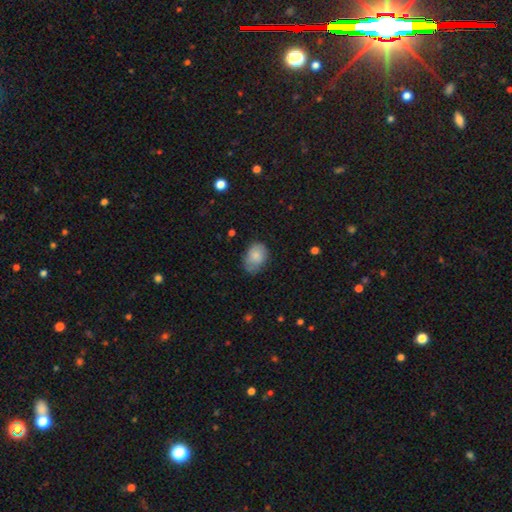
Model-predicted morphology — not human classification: Smooth or featured: smooth — 80% (featured or disk — 13%)
How rounded: in between — 78% (round — 21%)
Merging: none — 63% (minor disturbance — 29%)